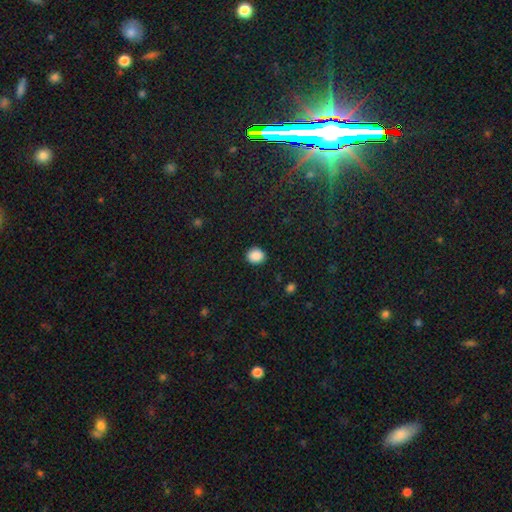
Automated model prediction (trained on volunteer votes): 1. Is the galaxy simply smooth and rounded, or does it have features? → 88% smooth, 9% star or artifact, 3% featured or disk.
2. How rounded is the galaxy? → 73% round, 26% in between, 1% cigar-shaped.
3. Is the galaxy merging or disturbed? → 89% none, 8% minor disturbance, 2% major disturbance, 1% merger.